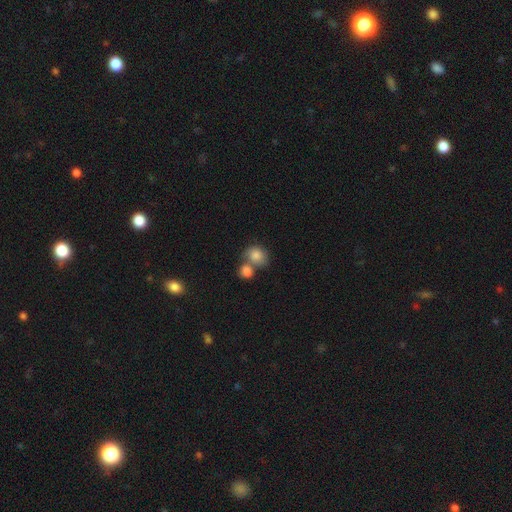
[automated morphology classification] Smooth or featured: smooth — 82% (featured or disk — 10%)
How rounded: round — 64% (in between — 35%)
Merging: merger — 53% (none — 33%)